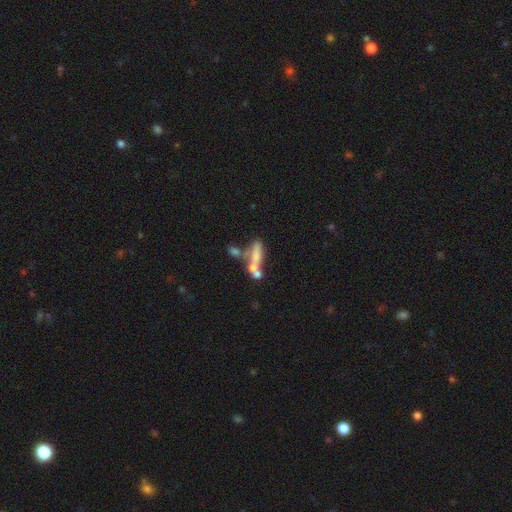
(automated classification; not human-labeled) Overall: smooth (51%; featured or disk 37%). How rounded: cigar-shaped (54%; in between 41%). Merging: merger (44%; none 29%).